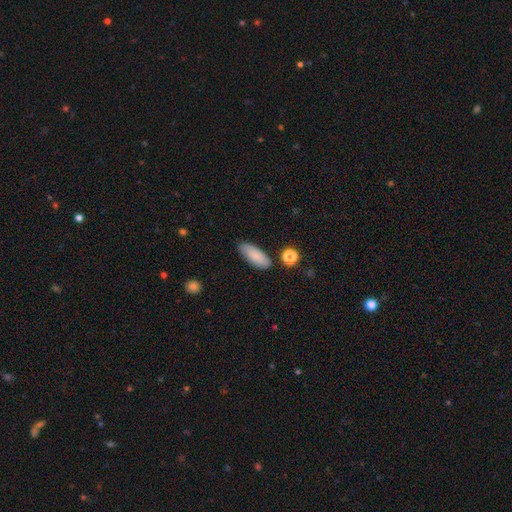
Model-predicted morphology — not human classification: This appears to be a smooth galaxy with no disk features (83%) that is in between round and cigar-shaped (82%). Merging: none (78%).